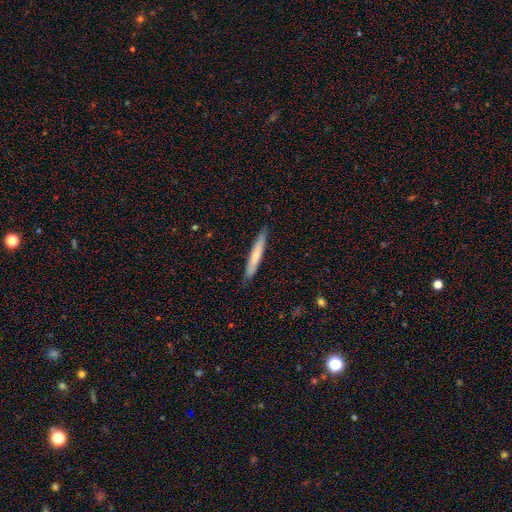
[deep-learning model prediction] The model was most divided on "smooth or featured": smooth: 65%, featured or disk: 29%, star or artifact: 5%. More confident: how rounded — cigar-shaped (94%); merging — none (87%).